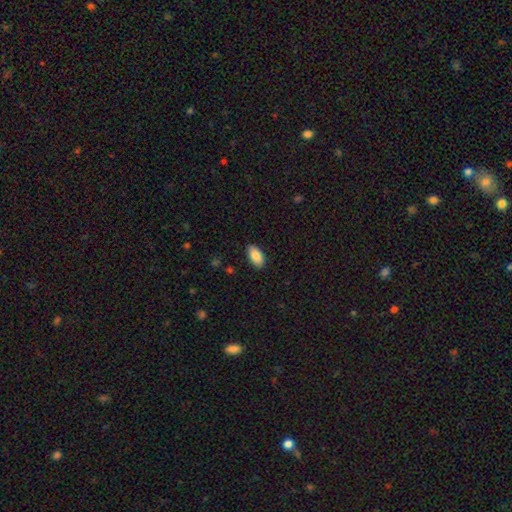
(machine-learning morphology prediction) Smooth or featured: smooth — 87% (star or artifact — 7%)
How rounded: in between — 94% (cigar-shaped — 3%)
Merging: none — 88% (minor disturbance — 9%)